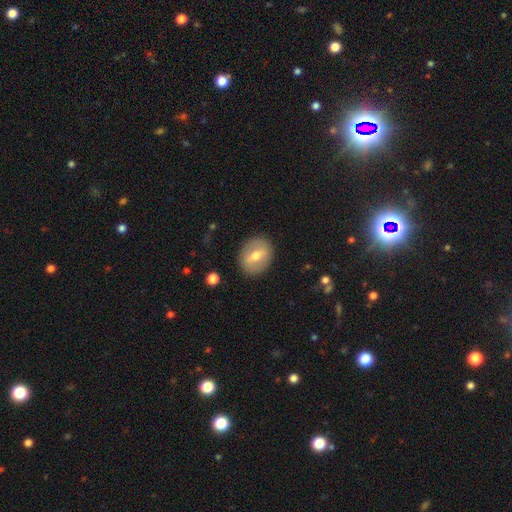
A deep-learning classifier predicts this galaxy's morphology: A smooth galaxy with no disk features (47%). Merging: none (87%).